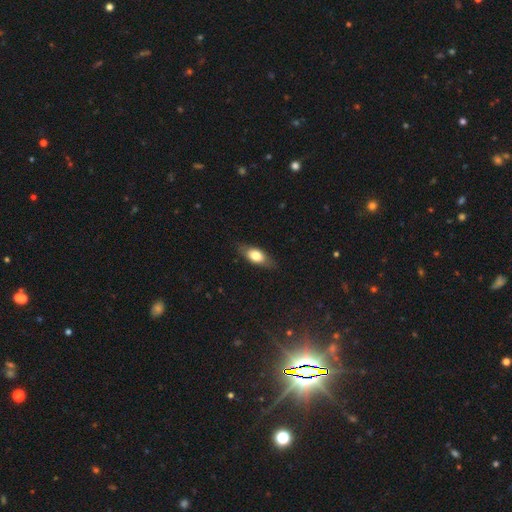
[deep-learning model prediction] This is likely a smooth galaxy (70%). How rounded: clearly in between (80%). Merging: clearly none (80%).